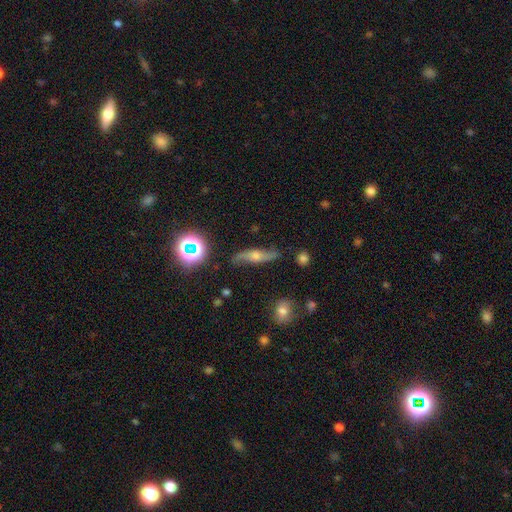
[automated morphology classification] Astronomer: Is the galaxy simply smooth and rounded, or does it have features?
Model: featured or disk — 54%.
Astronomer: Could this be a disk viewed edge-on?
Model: yes — 64%.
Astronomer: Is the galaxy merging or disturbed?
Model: none — 80%.